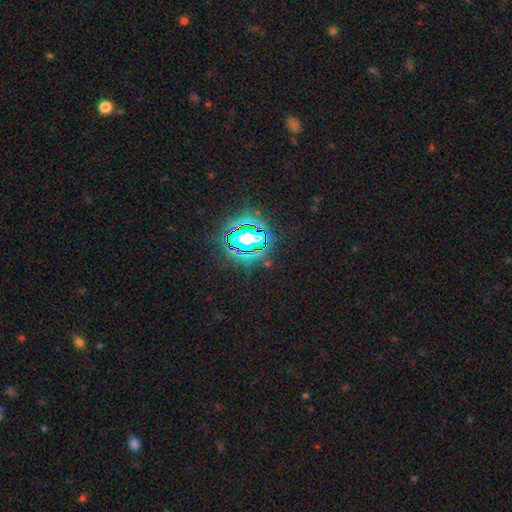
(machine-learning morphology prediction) A star or artifact, not a galaxy (83%).